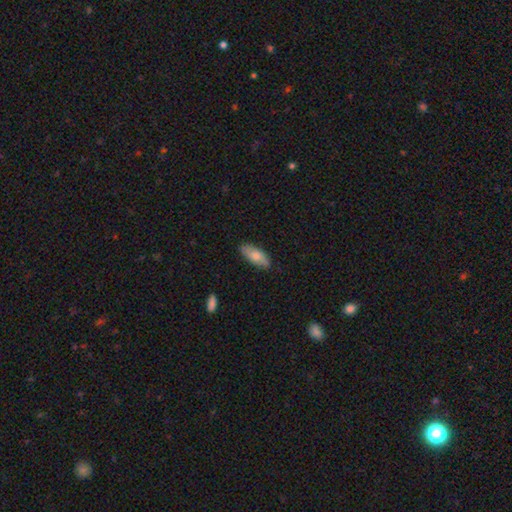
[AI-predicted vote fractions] Morphology: type=smooth (71%); roundness=in between (77%); merging=none (86%).